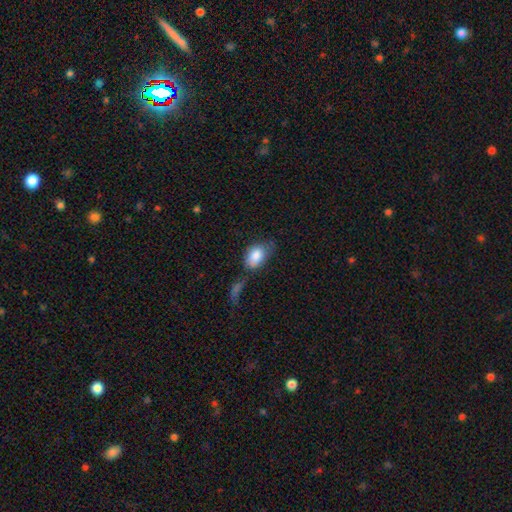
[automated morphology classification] Overall: smooth (84%). How rounded: in between (85%). Merging: none (42%; minor disturbance 24%).